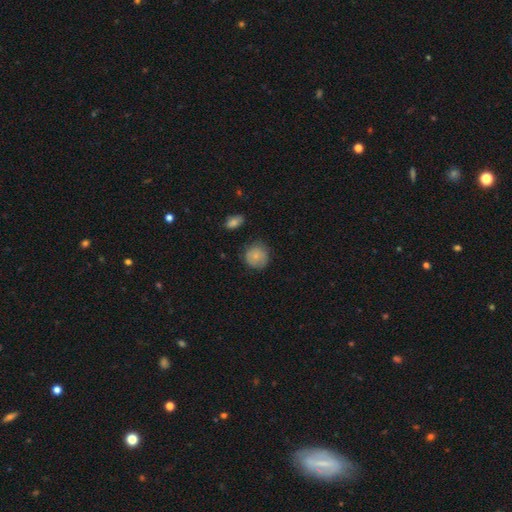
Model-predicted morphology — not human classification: A smooth galaxy with no disk features (78%) that is round (87%).

Vote fractions:
- Smooth or featured? smooth: 78% / featured or disk: 15% / star or artifact: 8%
- How rounded? round: 87% / in between: 12% / cigar-shaped: 1%
- Merging? none: 71% / minor disturbance: 22% / major disturbance: 5% / merger: 2%